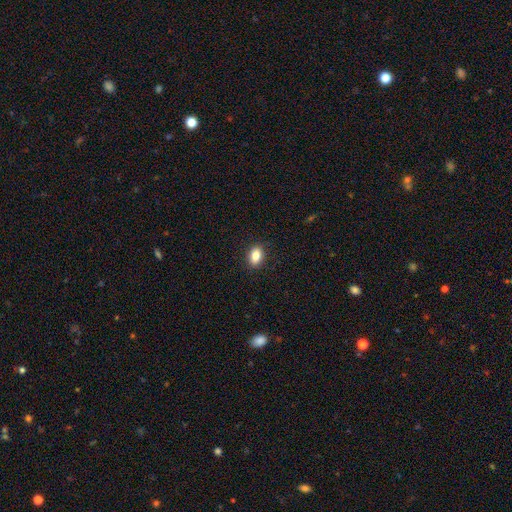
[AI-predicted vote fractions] Smooth or featured? smooth (85%)
How rounded? in between (83%)
Merging? none (89%)